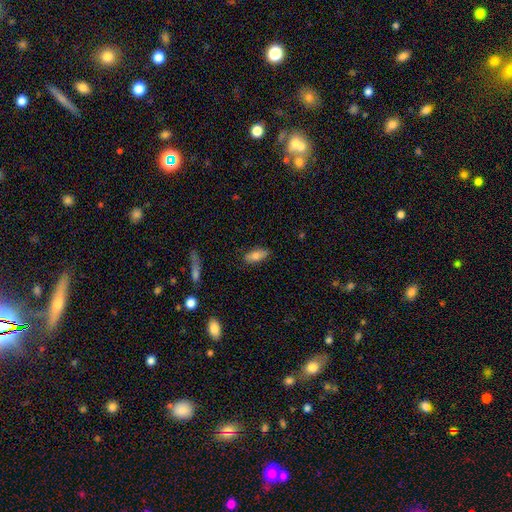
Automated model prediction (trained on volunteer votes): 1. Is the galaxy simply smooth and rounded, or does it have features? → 77% smooth, 16% featured or disk, 7% star or artifact.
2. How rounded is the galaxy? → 77% in between, 21% cigar-shaped, 3% round.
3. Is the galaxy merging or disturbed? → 84% none, 12% minor disturbance, 2% major disturbance, 2% merger.